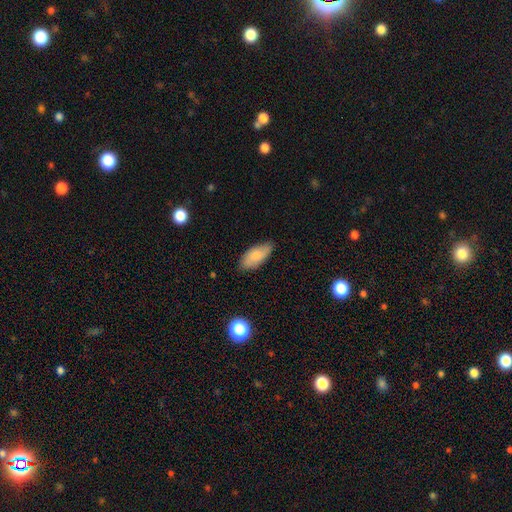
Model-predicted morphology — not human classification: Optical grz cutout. It shows a smooth galaxy with no disk features (80%) that is in between round and cigar-shaped (89%). Merging: none (80%).